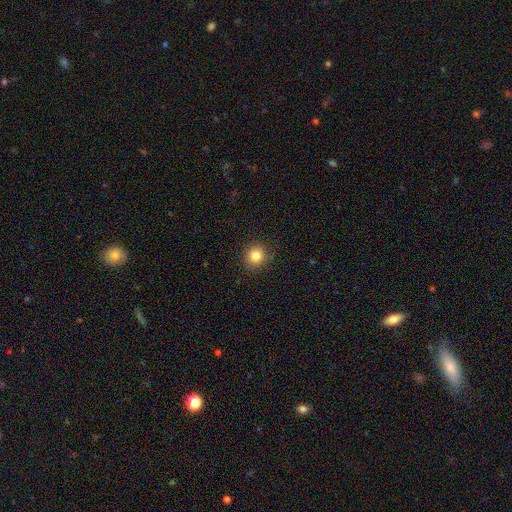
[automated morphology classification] Q: Smooth or featured?
A: smooth (83%); runner-up: star or artifact (11%)
Q: How rounded?
A: round (88%); runner-up: in between (11%)
Q: Merging?
A: none (89%); runner-up: minor disturbance (8%)